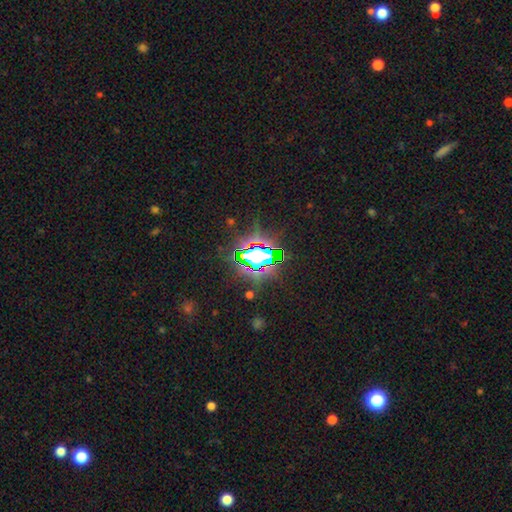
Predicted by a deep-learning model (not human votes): A star or artifact, not a galaxy (72%).

Vote fractions:
- Smooth or featured? star or artifact: 72% / smooth: 16% / featured or disk: 11%